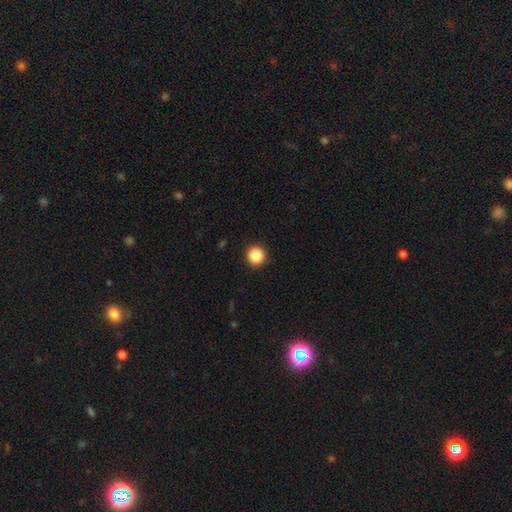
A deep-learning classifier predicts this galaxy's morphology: Overall: smooth (87%). How rounded: round (95%). Merging: none (93%).